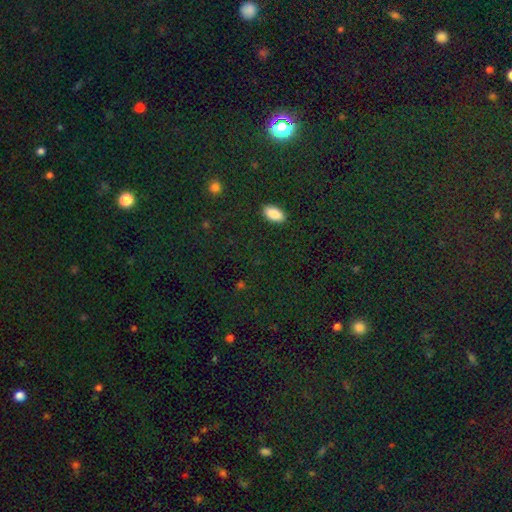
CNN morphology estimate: Smooth or featured?
  - star or artifact: 71% *
  - smooth: 21%
  - featured or disk: 8%